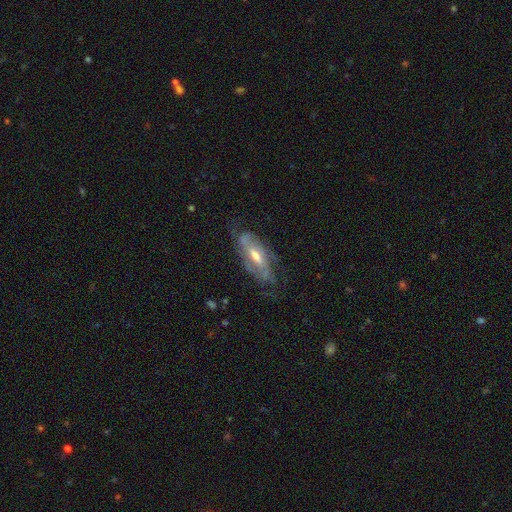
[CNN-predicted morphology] Smooth or featured? featured or disk (77%)
Edge-on disk? no (83%)
Bar? weak (45%)
Spiral arms? yes (84%)
Spiral winding? medium (42%)
Spiral arm count? 2 (44%)
Bulge size? moderate (63%)
Merging? none (63%)